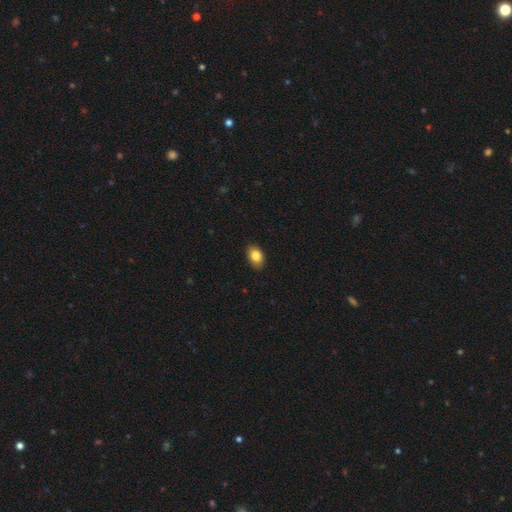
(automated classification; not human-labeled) smooth 84%, star or artifact 8%, featured or disk 8%. Down the decision tree: how rounded — in between (84%); merging — none (87%).